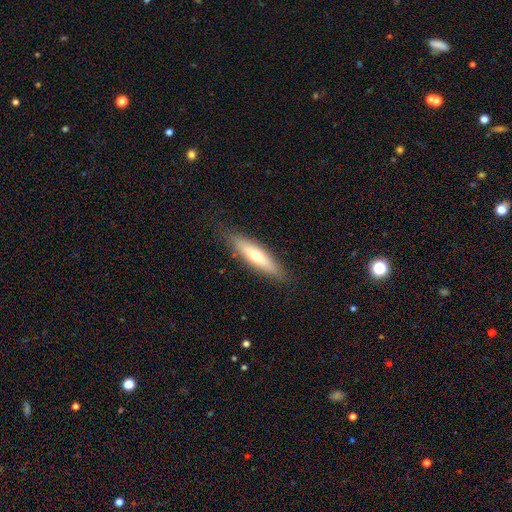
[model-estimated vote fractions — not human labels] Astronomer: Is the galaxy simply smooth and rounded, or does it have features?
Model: smooth — 55% (runner-up: featured or disk, 39%).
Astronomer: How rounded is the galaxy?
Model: cigar-shaped — 76%.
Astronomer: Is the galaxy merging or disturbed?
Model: none — 86%.